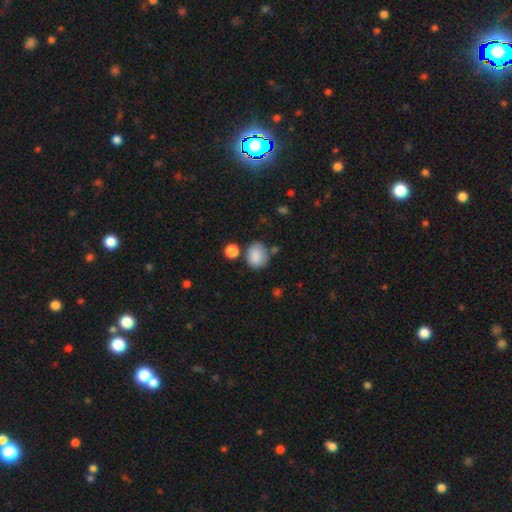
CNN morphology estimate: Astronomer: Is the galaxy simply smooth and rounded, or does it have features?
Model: smooth — 85%.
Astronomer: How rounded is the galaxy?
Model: round — 53% (runner-up: in between, 46%).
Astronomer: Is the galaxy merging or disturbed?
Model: none — 65%.